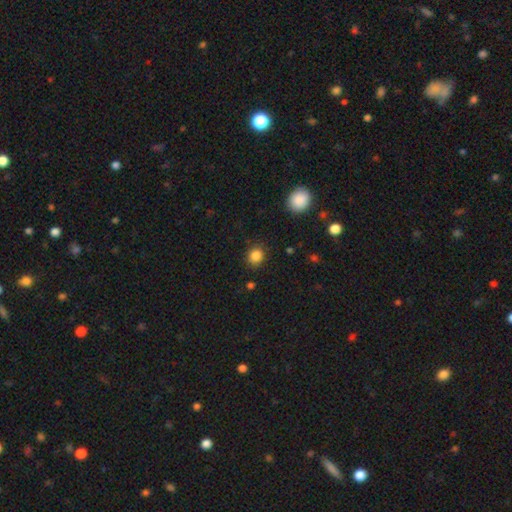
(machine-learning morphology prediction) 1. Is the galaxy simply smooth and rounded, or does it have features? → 85% smooth, 11% star or artifact, 4% featured or disk.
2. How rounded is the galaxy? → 81% round, 18% in between, 1% cigar-shaped.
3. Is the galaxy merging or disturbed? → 87% none, 9% minor disturbance, 3% major disturbance, 1% merger.